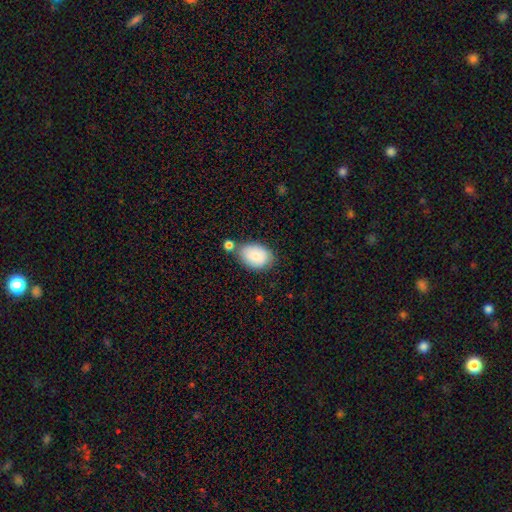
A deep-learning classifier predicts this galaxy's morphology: smooth 81%, featured or disk 12%, star or artifact 7%. Down the decision tree: how rounded — in between (82%); merging — none (61%).